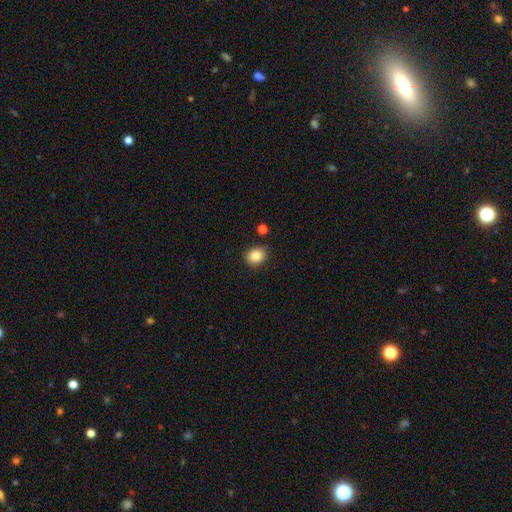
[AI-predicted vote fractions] Smooth or featured? smooth (85%)
How rounded? round (65%)
Merging? none (86%)